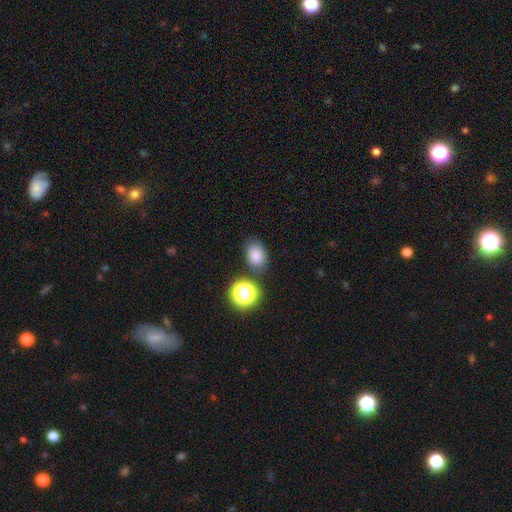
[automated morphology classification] This appears to be a smooth galaxy with no disk features (81%) that is in between round and cigar-shaped (70%). Merging: none (76%).